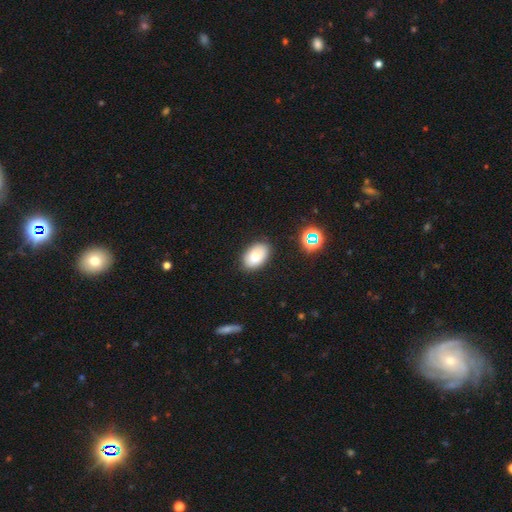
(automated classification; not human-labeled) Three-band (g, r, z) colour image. It shows a smooth galaxy with no disk features (81%) that is in between round and cigar-shaped (89%). Merging: none (85%).